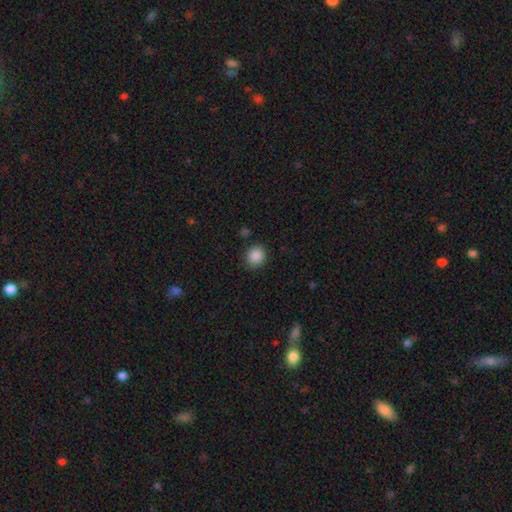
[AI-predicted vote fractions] Smooth or featured? Predicted: smooth (p=0.88). How rounded? Predicted: round (p=0.82). Merging? Predicted: none (p=0.86).